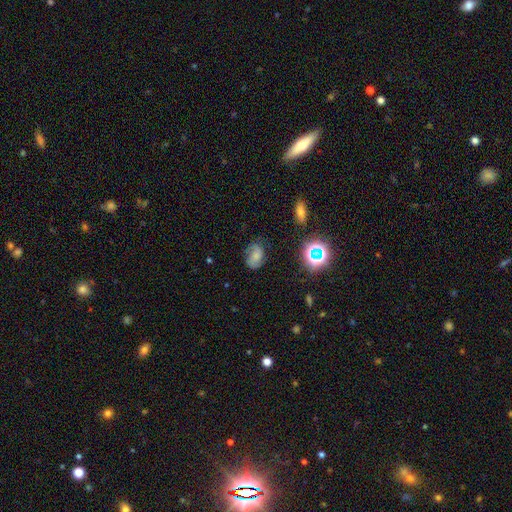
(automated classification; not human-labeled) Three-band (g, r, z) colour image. It shows a featured or disk galaxy (46%). Merging: none (66%).